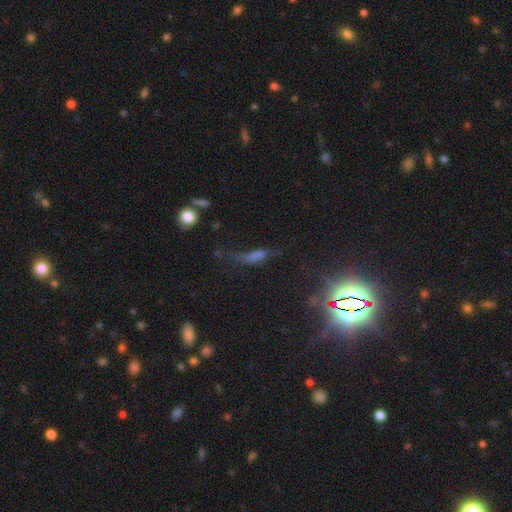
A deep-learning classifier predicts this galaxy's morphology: Smooth or featured?
  - smooth: 38% *
  - star or artifact: 36%
  - featured or disk: 27%
Merging?
  - none: 40% *
  - major disturbance: 30%
  - minor disturbance: 22%
  - merger: 8%